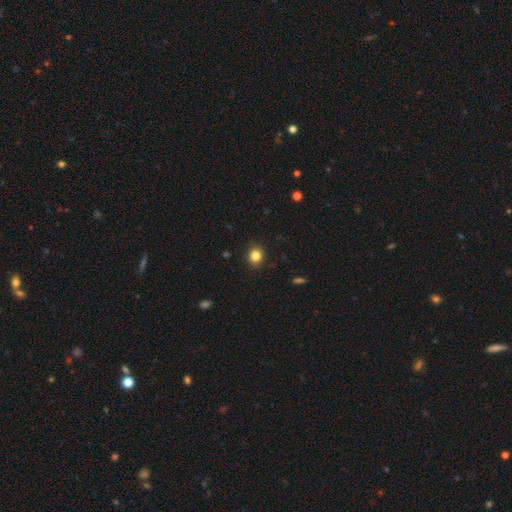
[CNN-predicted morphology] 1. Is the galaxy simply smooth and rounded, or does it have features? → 84% smooth, 11% star or artifact, 6% featured or disk.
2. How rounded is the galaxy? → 64% round, 35% in between, 1% cigar-shaped.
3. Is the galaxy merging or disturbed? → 89% none, 8% minor disturbance, 2% major disturbance, 1% merger.